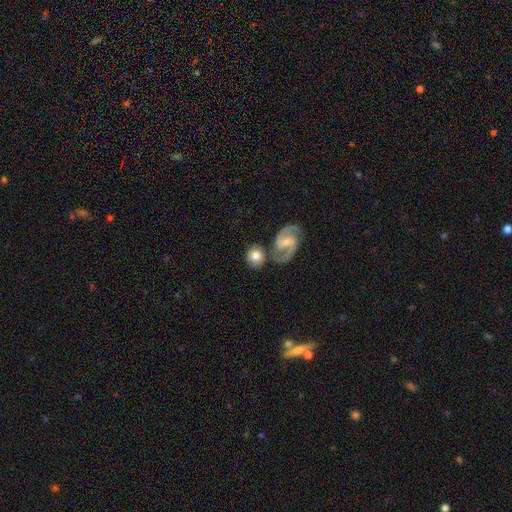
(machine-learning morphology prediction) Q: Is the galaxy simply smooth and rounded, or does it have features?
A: smooth — 58%.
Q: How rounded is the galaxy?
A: round — 77%.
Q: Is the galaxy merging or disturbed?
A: none — 64%.